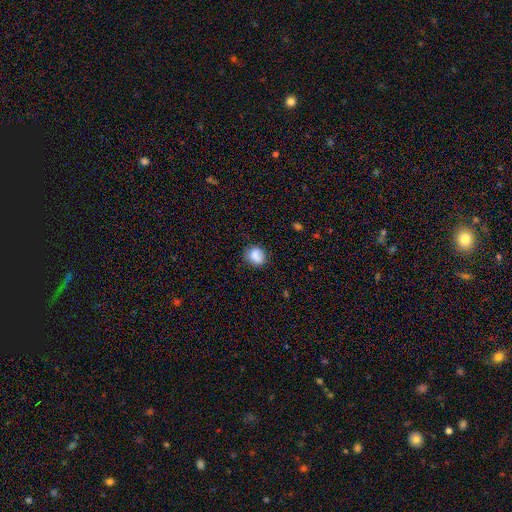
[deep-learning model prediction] smooth_or_featured: smooth (p=0.84) [alt: star or artifact p=0.09]
how_rounded: round (p=0.65) [alt: in between p=0.34]
merging: none (p=0.73) [alt: minor disturbance p=0.20]